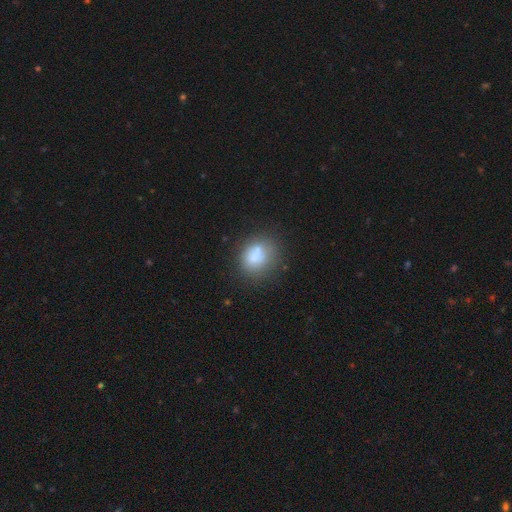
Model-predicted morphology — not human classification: This appears to be a smooth galaxy with no disk features (74%) that is round (60%). Merging: none (54%).